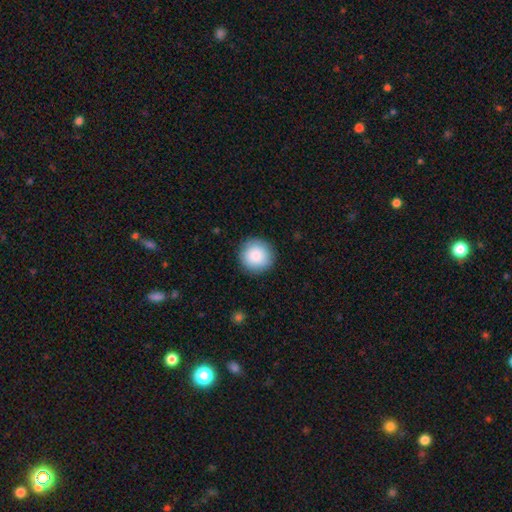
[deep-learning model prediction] This appears to be a smooth galaxy with no disk features (87%) that is round (94%). Merging: none (90%).